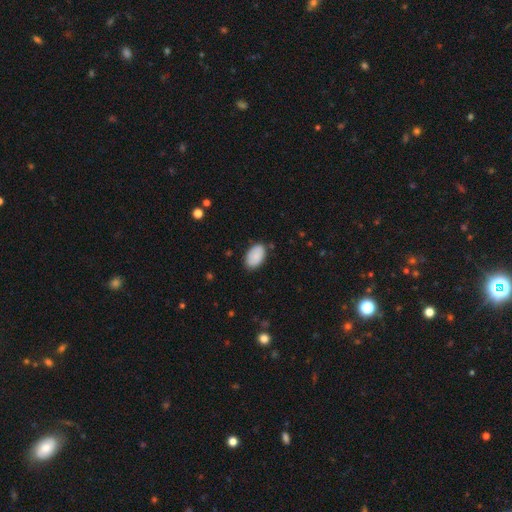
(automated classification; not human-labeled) This appears to be a smooth galaxy with no disk features (89%) that is in between round and cigar-shaped (94%). Merging: none (83%).